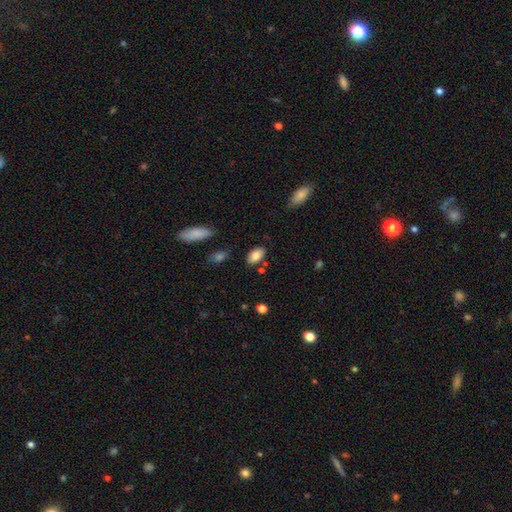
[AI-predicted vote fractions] The model was most divided on "merging": none: 80%, minor disturbance: 12%, merger: 4%, major disturbance: 3%. More confident: how rounded — in between (94%); smooth or featured — smooth (83%).